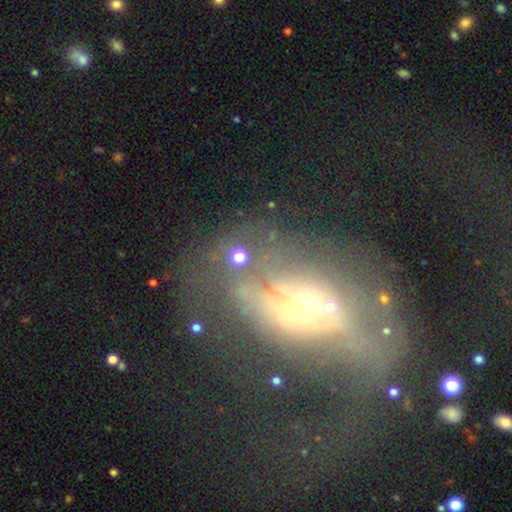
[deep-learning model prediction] The model was most divided on "spiral arms": no: 57%, yes: 43%. Remaining: edge-on disk — no (91%); bar — no (71%); smooth or featured — featured or disk (59%); bulge size — moderate (56%); merging — major disturbance (46%).